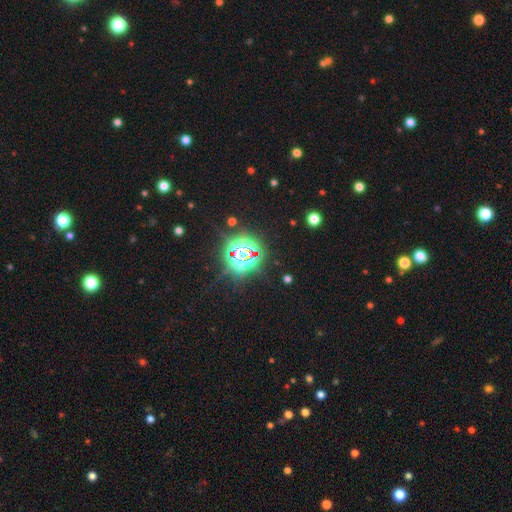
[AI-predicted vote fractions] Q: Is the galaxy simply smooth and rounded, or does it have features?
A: star or artifact — 82%.